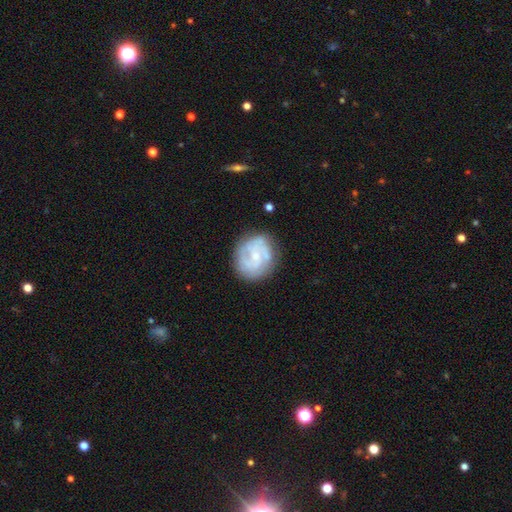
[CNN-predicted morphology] smooth-or-featured: featured or disk: 72% | smooth: 22% | star or artifact: 6%
  disk-edge-on: no: 98% | yes: 2%
    bar: no: 64% | weak: 31% | strong: 5%
    has-spiral-arms: yes: 85% | no: 15%
      spiral-winding: tight: 52% | medium: 36% | loose: 12%
      spiral-arm-count: can't tell: 32% | 2: 29% | 3: 23% | 4: 7% | 1: 4% | more than 4: 4%
    bulge-size: small: 65% | moderate: 27% | none: 6% | large: 1% | dominant: 1%
  merging: none: 74% | minor disturbance: 17% | major disturbance: 7% | merger: 2%